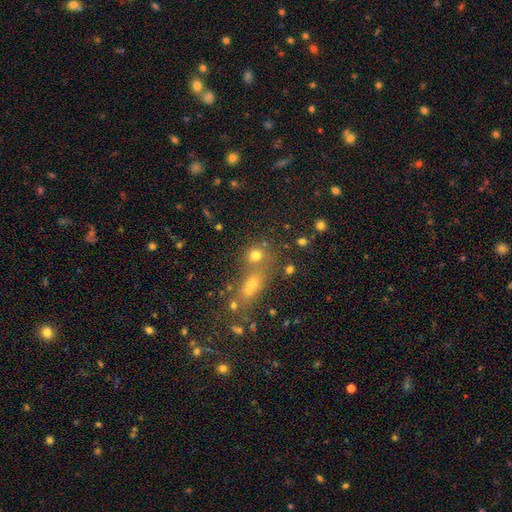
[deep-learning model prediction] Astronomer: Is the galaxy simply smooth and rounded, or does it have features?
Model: smooth — 63%.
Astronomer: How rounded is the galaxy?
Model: round — 65%.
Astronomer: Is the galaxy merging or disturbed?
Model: none — 55%.